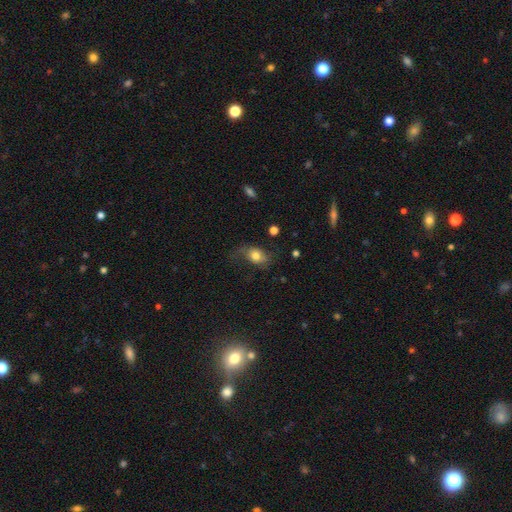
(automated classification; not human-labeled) A smooth galaxy with no disk features (68%) that is in between round and cigar-shaped (71%).

Vote fractions:
- Smooth or featured? smooth: 68% / featured or disk: 22% / star or artifact: 9%
- How rounded? in between: 71% / round: 27% / cigar-shaped: 2%
- Merging? none: 47% / minor disturbance: 27% / major disturbance: 24% / merger: 2%